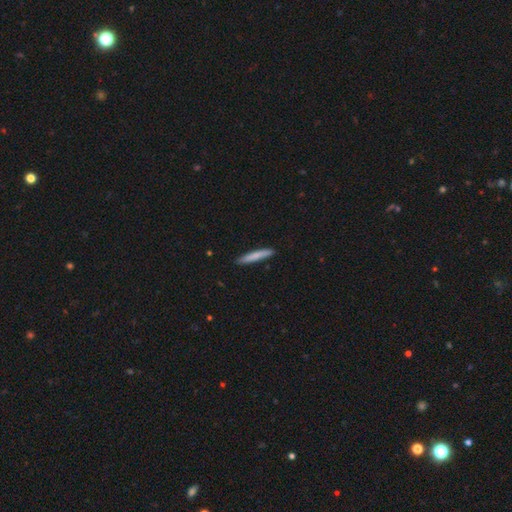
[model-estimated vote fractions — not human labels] Smooth or featured? smooth (77%)
How rounded? cigar-shaped (95%)
Merging? none (90%)